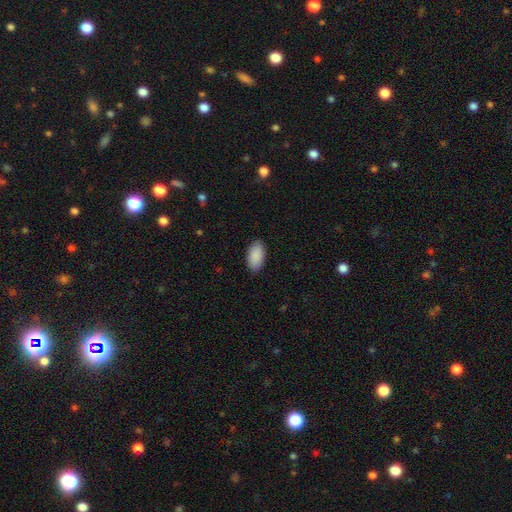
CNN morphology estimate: A smooth galaxy with no disk features (91%) that is in between round and cigar-shaped (95%).

Vote fractions:
- Smooth or featured? smooth: 91% / star or artifact: 6% / featured or disk: 3%
- How rounded? in between: 95% / round: 3% / cigar-shaped: 2%
- Merging? none: 87% / minor disturbance: 10% / major disturbance: 2% / merger: 1%